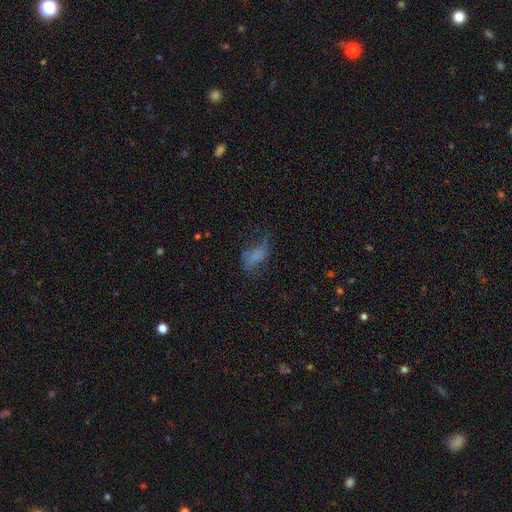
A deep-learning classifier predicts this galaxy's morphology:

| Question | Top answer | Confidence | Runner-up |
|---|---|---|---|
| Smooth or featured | smooth | 54% | featured or disk (30%) |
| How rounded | in between | 87% | round (8%) |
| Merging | none | 38% | major disturbance (34%) |